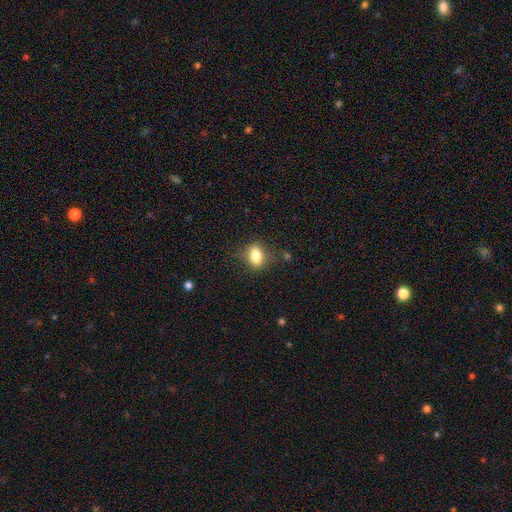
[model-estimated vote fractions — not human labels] Smooth or featured? smooth (80%)
How rounded? in between (78%)
Merging? none (80%)